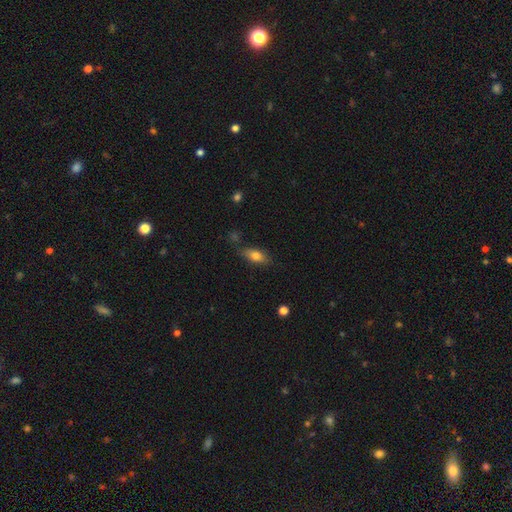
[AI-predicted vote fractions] The model was most divided on "merging": none: 69%, minor disturbance: 21%, major disturbance: 5%, merger: 5%. More confident: how rounded — in between (77%); smooth or featured — smooth (75%).